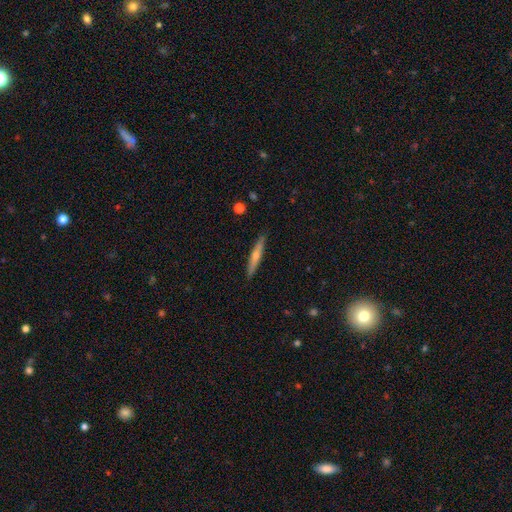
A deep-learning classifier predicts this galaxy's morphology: type=smooth (48%); merging=none (90%).